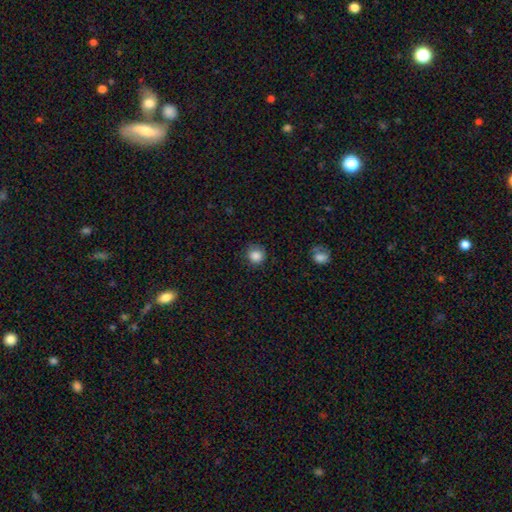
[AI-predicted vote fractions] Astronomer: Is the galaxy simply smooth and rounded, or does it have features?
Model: smooth — 85%.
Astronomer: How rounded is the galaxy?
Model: round — 90%.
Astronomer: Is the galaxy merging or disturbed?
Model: none — 78%.